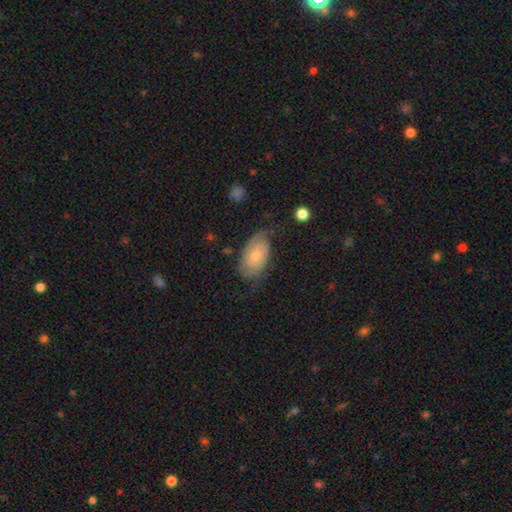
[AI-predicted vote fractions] This appears to be a featured or disk galaxy (57%) with no bar (75%), spiral arms (86%) and a small central bulge (52%). Merging: none (60%).